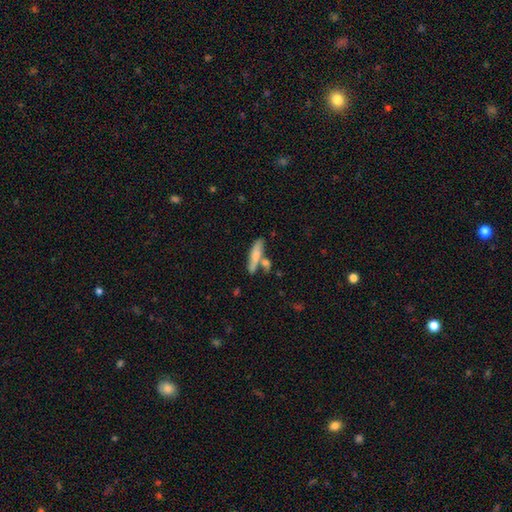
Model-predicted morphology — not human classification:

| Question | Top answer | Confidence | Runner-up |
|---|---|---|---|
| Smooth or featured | smooth | 70% | featured or disk (24%) |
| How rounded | cigar-shaped | 70% | in between (27%) |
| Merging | none | 54% | merger (26%) |